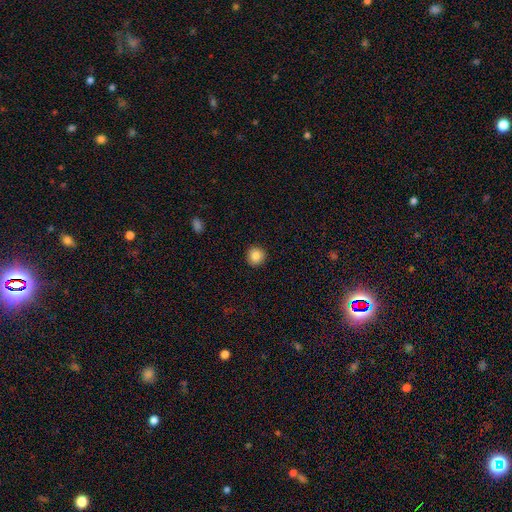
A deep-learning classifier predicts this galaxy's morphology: This appears to be a smooth galaxy with no disk features (86%) that is round (94%). Merging: none (93%).